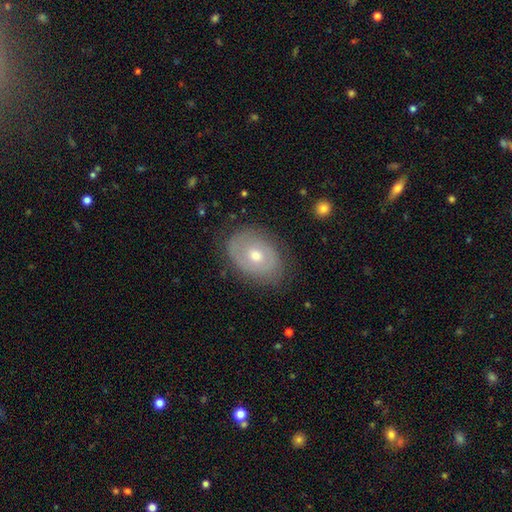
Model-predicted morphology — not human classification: This appears to be a featured or disk galaxy (54%) with no bar (82%), no spiral arms (57%) and a moderate central bulge (70%). Merging: none (77%).